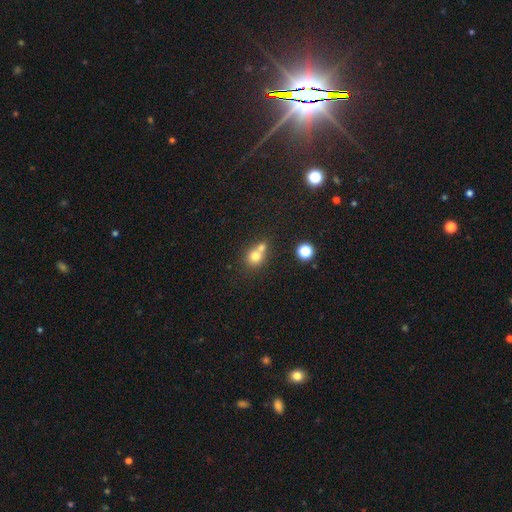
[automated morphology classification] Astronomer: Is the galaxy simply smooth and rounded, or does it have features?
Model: smooth — 74%.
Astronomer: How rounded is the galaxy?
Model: round — 78%.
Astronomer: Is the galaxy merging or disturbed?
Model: merger — 55% (runner-up: none, 35%).